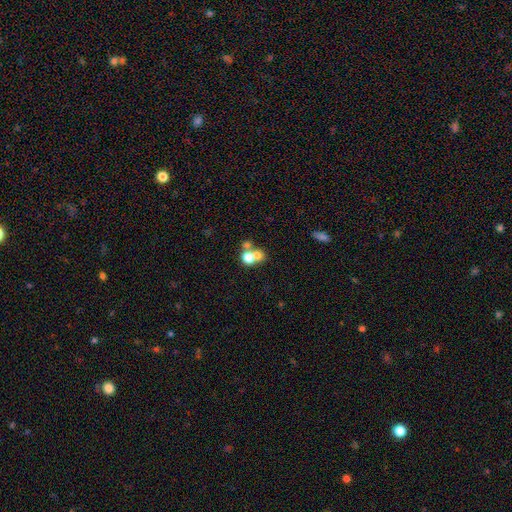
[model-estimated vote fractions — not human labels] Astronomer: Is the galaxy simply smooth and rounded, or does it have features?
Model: smooth — 68%.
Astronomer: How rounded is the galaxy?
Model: round — 74%.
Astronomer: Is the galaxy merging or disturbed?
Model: merger — 59%.